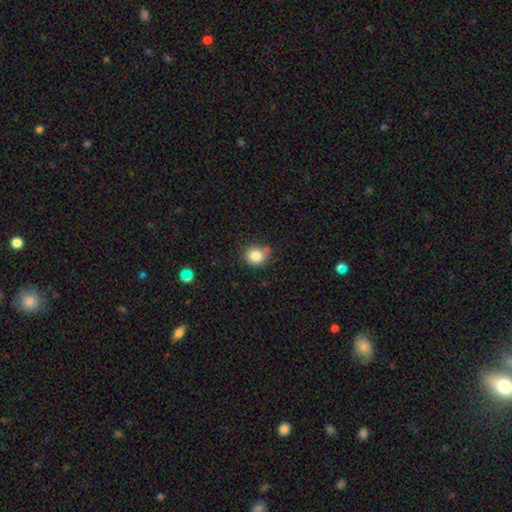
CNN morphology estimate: smooth 83%, star or artifact 10%, featured or disk 7%. Down the decision tree: how rounded — round (77%); merging — none (68%).